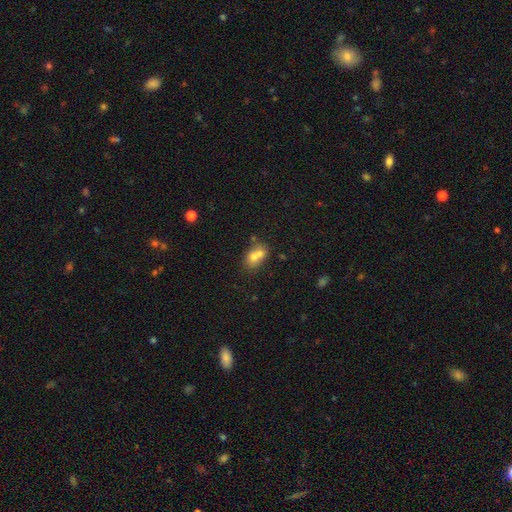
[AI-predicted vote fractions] Smooth or featured?
  - smooth: 67% *
  - featured or disk: 21%
  - star or artifact: 11%
How rounded?
  - in between: 56% *
  - round: 42%
  - cigar-shaped: 2%
Merging?
  - merger: 61% *
  - none: 27%
  - minor disturbance: 8%
  - major disturbance: 4%